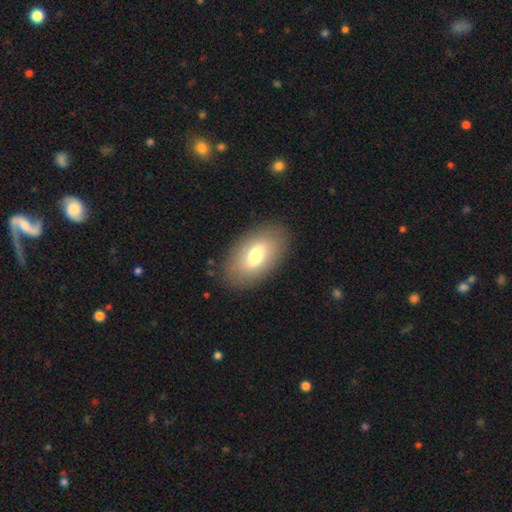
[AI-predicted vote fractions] The model was most divided on "smooth or featured": smooth: 67%, featured or disk: 25%, star or artifact: 8%. More confident: how rounded — in between (93%); merging — none (85%).